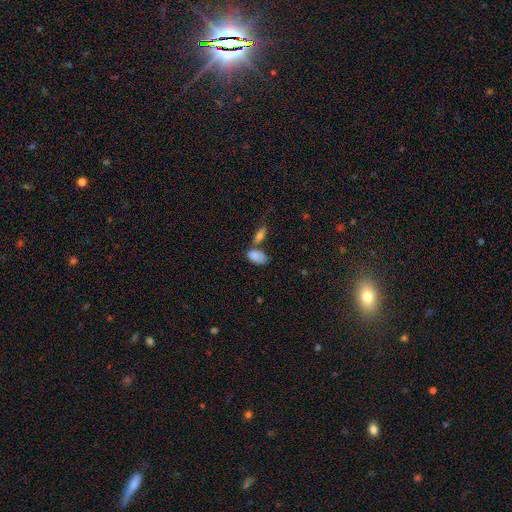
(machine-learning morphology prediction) Smooth or featured? smooth (85%)
How rounded? in between (92%)
Merging? none (43%)